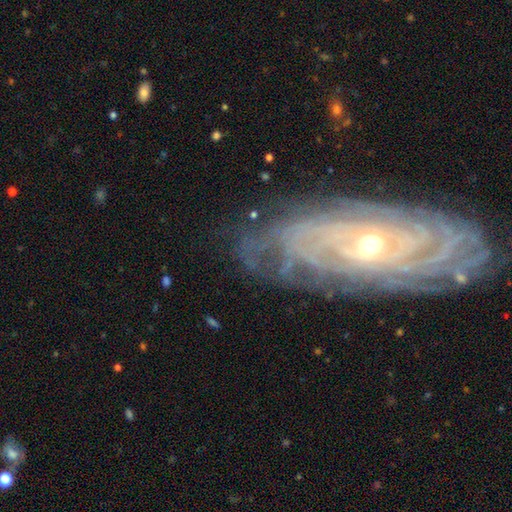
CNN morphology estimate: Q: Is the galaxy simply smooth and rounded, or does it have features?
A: featured or disk — 82%.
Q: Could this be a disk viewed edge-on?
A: no — 90%.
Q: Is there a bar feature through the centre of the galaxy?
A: no — 65%.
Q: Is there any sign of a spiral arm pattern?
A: yes — 88%.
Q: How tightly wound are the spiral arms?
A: tight — 76%.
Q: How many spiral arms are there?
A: can't tell — 47%.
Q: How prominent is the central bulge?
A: moderate — 51%.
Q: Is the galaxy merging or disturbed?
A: none — 69%.